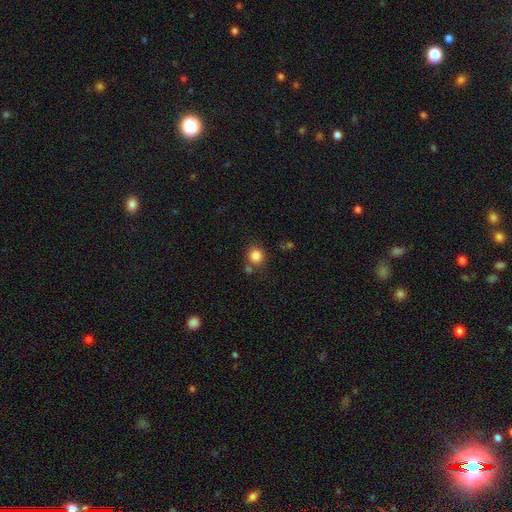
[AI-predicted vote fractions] Smooth or featured?
  - smooth: 84% *
  - star or artifact: 11%
  - featured or disk: 5%
How rounded?
  - round: 85% *
  - in between: 14%
  - cigar-shaped: 1%
Merging?
  - none: 70% *
  - minor disturbance: 13%
  - merger: 13%
  - major disturbance: 4%